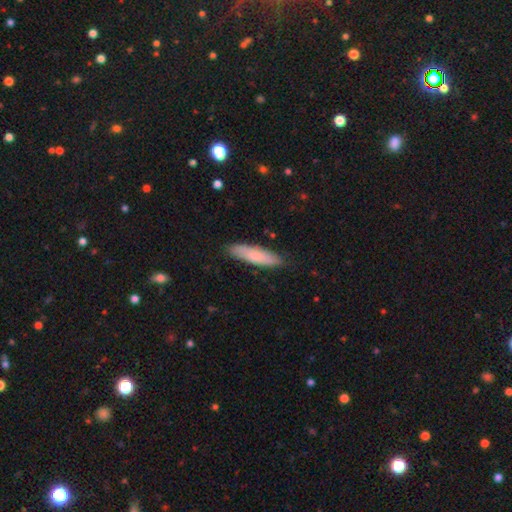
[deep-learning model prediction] The model was most divided on "how rounded": cigar-shaped: 69%, in between: 30%, round: 1%. More confident: merging — none (86%); smooth or featured — smooth (80%).